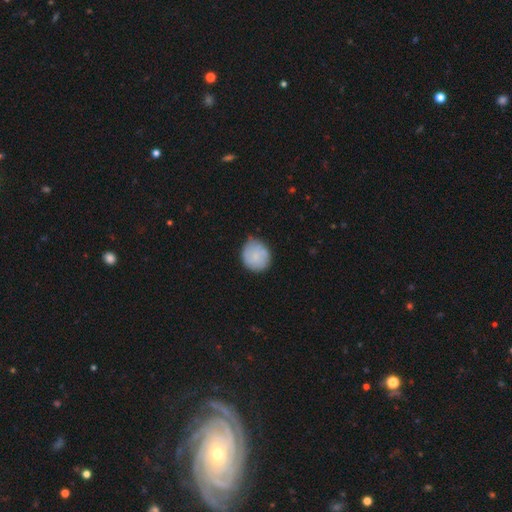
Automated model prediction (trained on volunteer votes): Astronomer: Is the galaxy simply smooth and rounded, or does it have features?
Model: smooth — 76%.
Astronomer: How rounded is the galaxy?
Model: round — 84%.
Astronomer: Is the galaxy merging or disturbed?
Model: none — 64%.